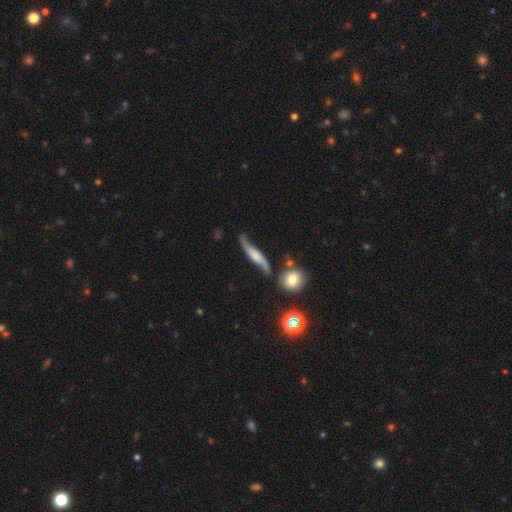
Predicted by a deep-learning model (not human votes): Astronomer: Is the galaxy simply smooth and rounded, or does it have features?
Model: featured or disk — 70%.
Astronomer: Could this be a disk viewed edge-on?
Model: no — 64%.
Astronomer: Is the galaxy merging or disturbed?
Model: none — 58%.